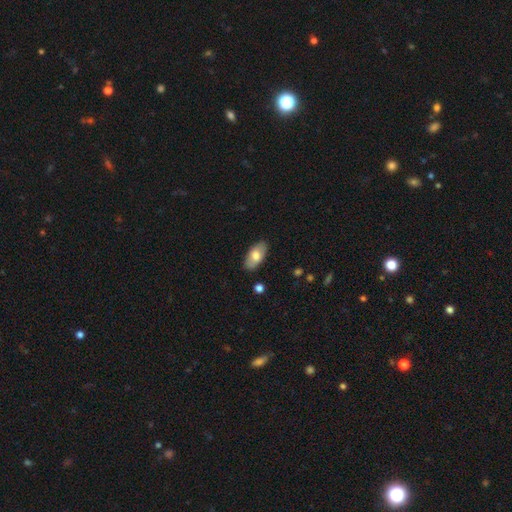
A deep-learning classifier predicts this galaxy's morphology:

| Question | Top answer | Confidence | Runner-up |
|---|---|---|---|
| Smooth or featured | smooth | 75% | featured or disk (19%) |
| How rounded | in between | 93% | cigar-shaped (4%) |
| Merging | none | 86% | minor disturbance (10%) |